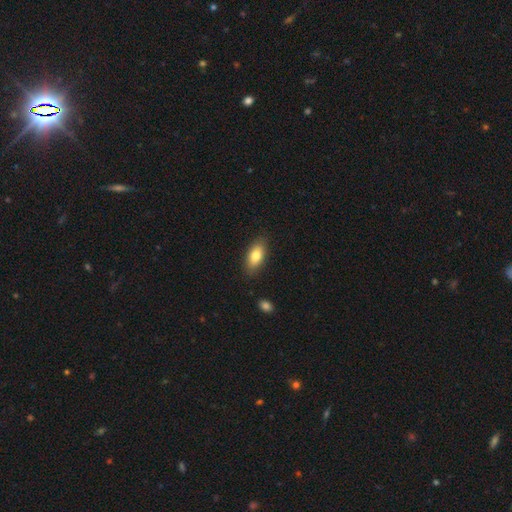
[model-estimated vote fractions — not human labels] Smooth or featured? smooth (80%)
How rounded? in between (86%)
Merging? none (85%)